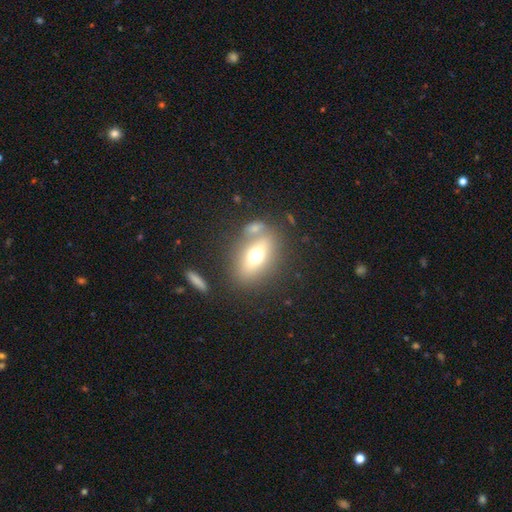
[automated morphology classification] A smooth galaxy with no disk features (60%) that is in between round and cigar-shaped (72%). Merging: none (68%).